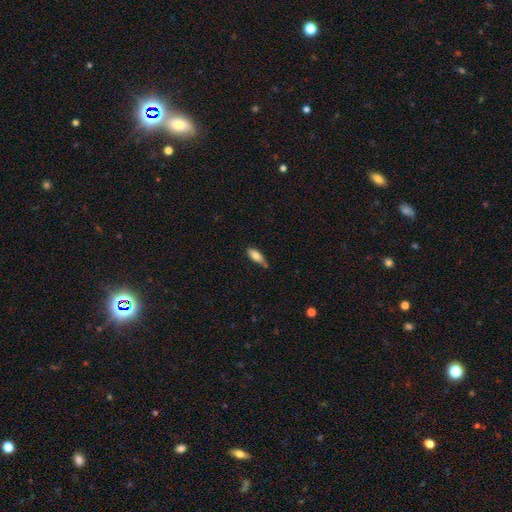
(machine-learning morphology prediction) Smooth or featured: smooth — 76% (featured or disk — 17%)
How rounded: in between — 74% (cigar-shaped — 24%)
Merging: none — 60% (minor disturbance — 30%)